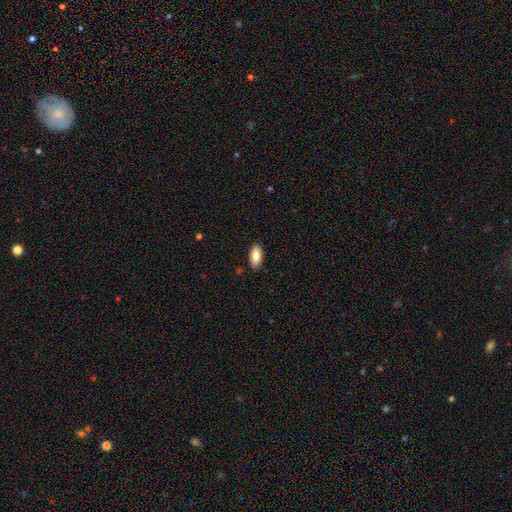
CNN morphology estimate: smooth-or-featured: smooth: 86% | featured or disk: 7% | star or artifact: 6%
  how-rounded: in between: 90% | cigar-shaped: 8% | round: 2%
  merging: none: 89% | minor disturbance: 8% | major disturbance: 2% | merger: 1%